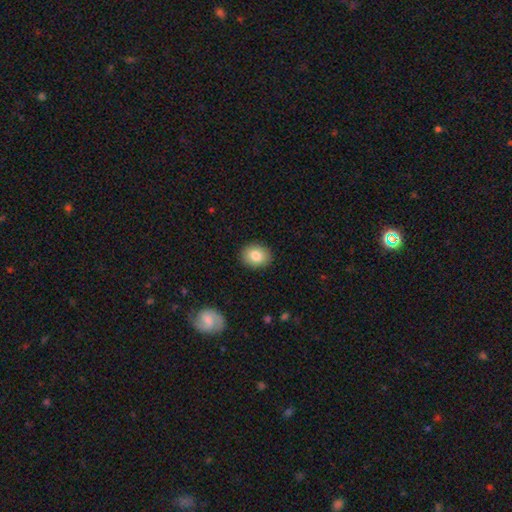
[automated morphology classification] smooth-or-featured: smooth: 83% | featured or disk: 9% | star or artifact: 8%
  how-rounded: round: 53% | in between: 46% | cigar-shaped: 1%
  merging: none: 90% | minor disturbance: 7% | major disturbance: 2% | merger: 1%